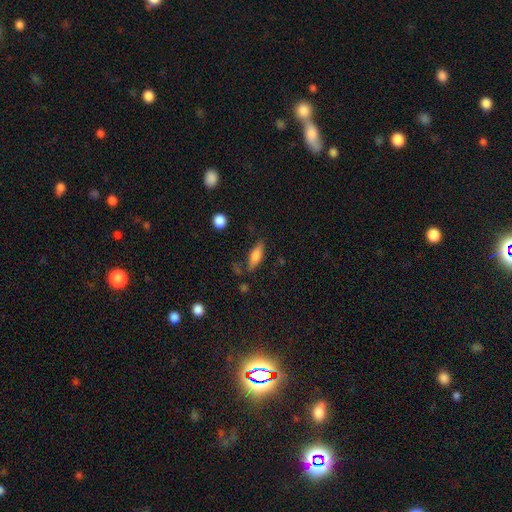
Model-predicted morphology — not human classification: A smooth galaxy with no disk features (70%) that is in between round and cigar-shaped (65%). Merging: none (66%).